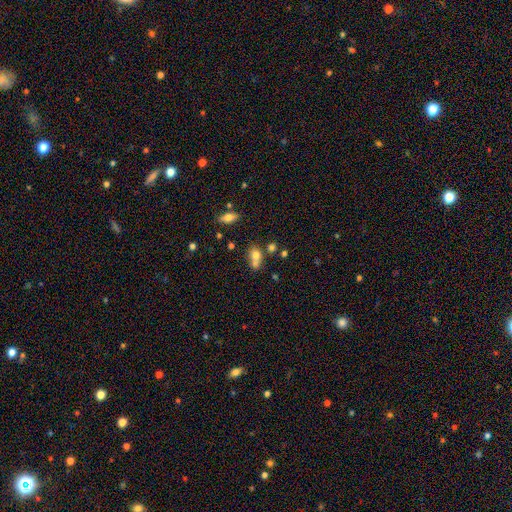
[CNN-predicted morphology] The model was most divided on "how rounded": in between: 54%, round: 42%, cigar-shaped: 4%. More confident: smooth or featured — smooth (72%); merging — merger (52%).